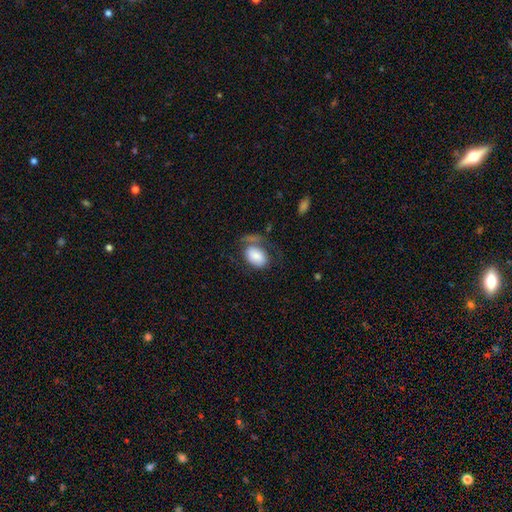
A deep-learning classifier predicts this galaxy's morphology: The model was most divided on "merging": none: 38%, major disturbance: 32%, minor disturbance: 23%, merger: 7%. More confident: how rounded — in between (86%); smooth or featured — smooth (73%).